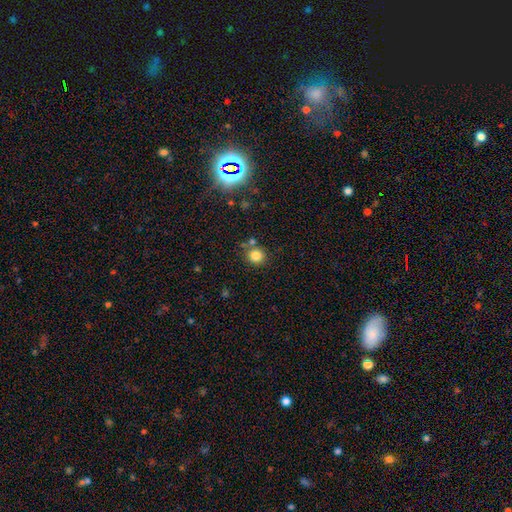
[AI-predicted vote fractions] smooth_or_featured: smooth (p=0.82) [alt: star or artifact p=0.12]
how_rounded: round (p=0.88) [alt: in between p=0.11]
merging: none (p=0.74) [alt: merger p=0.12]